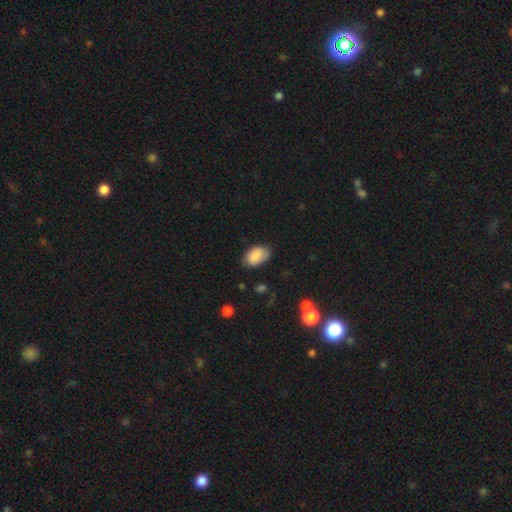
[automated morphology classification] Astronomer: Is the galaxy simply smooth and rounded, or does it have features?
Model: smooth — 83%.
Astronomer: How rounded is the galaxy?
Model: in between — 89%.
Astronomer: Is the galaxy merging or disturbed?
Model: none — 70%.